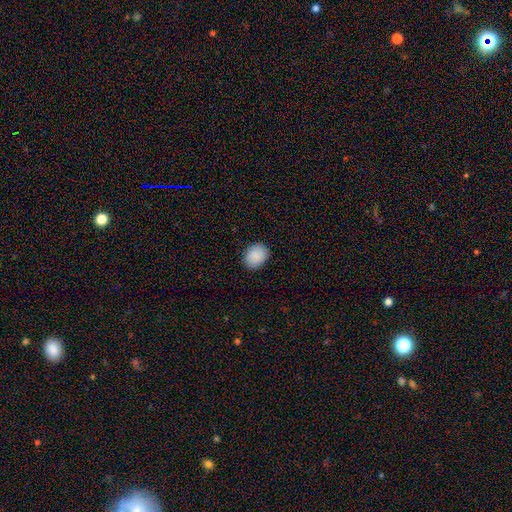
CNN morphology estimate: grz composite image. It shows a smooth galaxy with no disk features (89%) that is in between round and cigar-shaped (55%). Merging: none (88%).